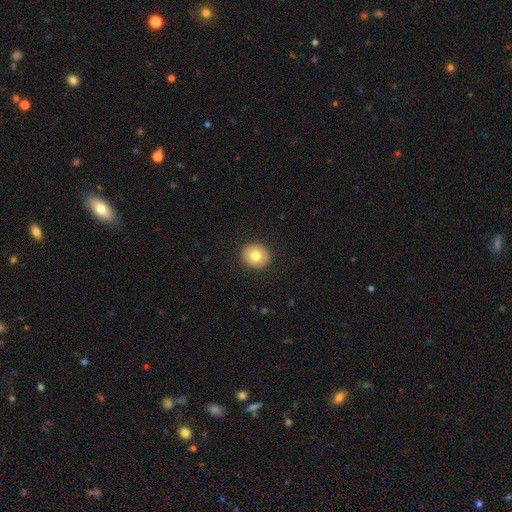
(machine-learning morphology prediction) The model was most divided on "smooth or featured": smooth: 78%, featured or disk: 13%, star or artifact: 9%. More confident: merging — none (92%); how rounded — round (88%).